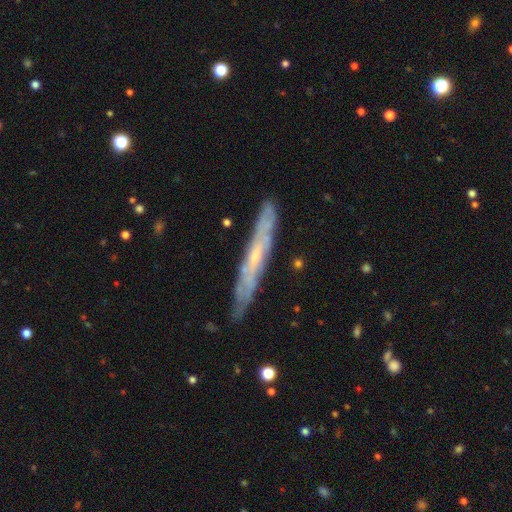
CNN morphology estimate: smooth-or-featured: featured or disk: 68% | smooth: 25% | star or artifact: 7%
  disk-edge-on: yes: 77% | no: 23%
    edge-on-bulge: none: 54% | rounded: 43% | boxy: 3%
  merging: none: 83% | minor disturbance: 14% | major disturbance: 2% | merger: 1%